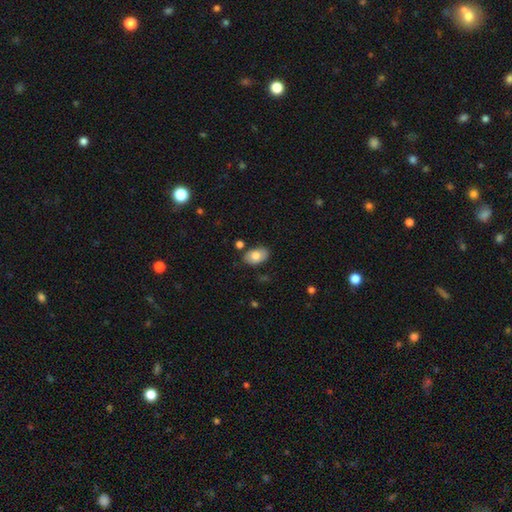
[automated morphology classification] This is likely a smooth galaxy (76%). How rounded: clearly in between (90%). Merging: likely none (79%).